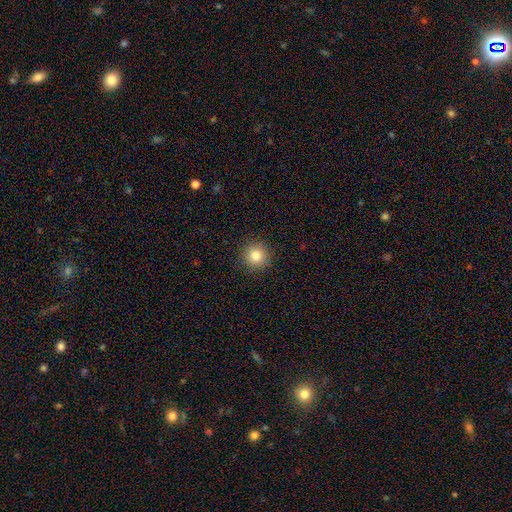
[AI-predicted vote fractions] smooth 83%, star or artifact 11%, featured or disk 6%. Down the decision tree: how rounded — round (95%); merging — none (92%).